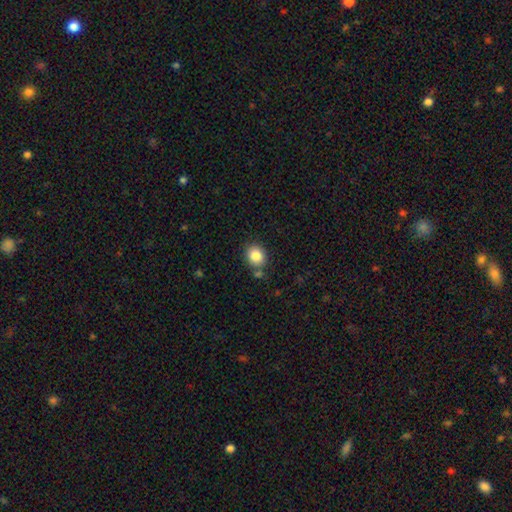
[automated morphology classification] Smooth or featured? Predicted: smooth (p=0.85). How rounded? Predicted: round (p=0.68). Merging? Predicted: none (p=0.78).